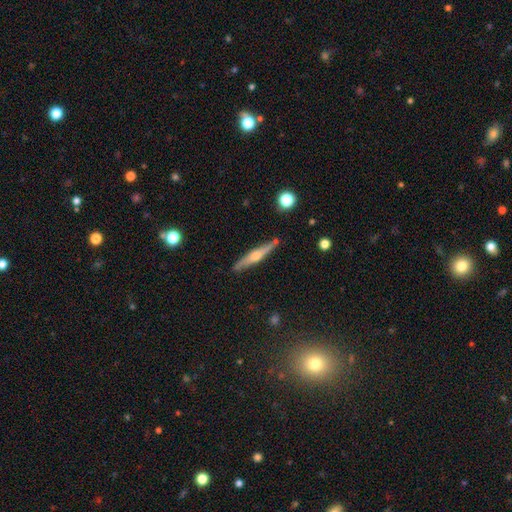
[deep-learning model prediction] The model was most divided on "smooth or featured": featured or disk: 63%, smooth: 31%, star or artifact: 6%. More confident: edge-on disk — yes (96%); edge-on bulge — rounded (89%); merging — none (84%).